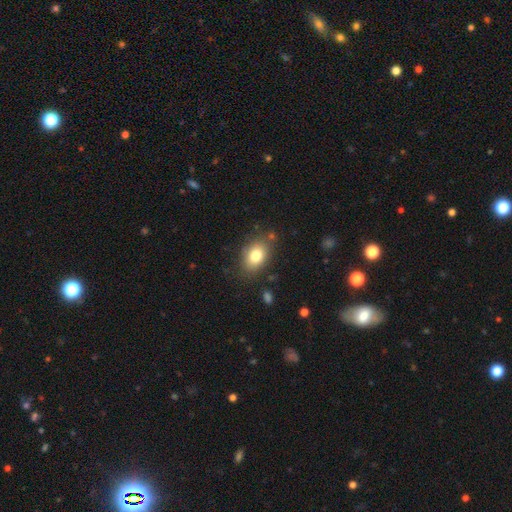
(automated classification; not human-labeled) Smooth or featured? Predicted: smooth (p=0.80). How rounded? Predicted: in between (p=0.78). Merging? Predicted: none (p=0.79).